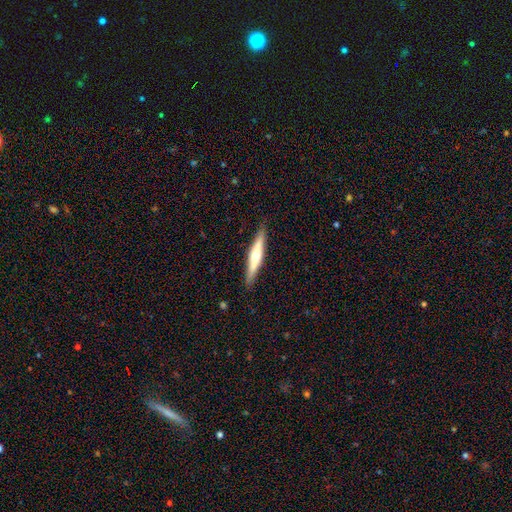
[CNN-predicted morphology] Smooth or featured? Predicted: featured or disk (p=0.56). Edge-on disk? Predicted: yes (p=0.94). Edge-on bulge? Predicted: rounded (p=0.85). Merging? Predicted: none (p=0.88).